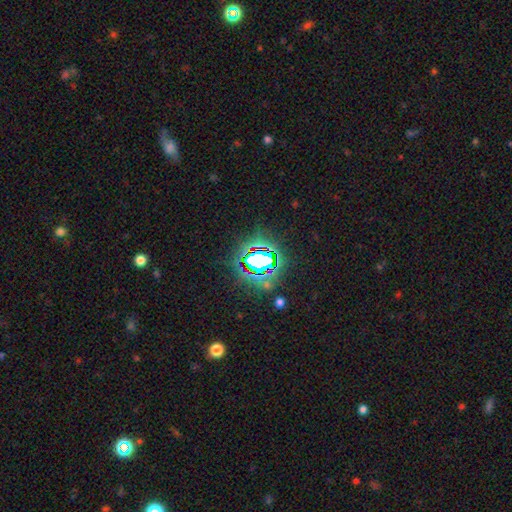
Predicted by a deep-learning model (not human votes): Overall: star or artifact (74%).